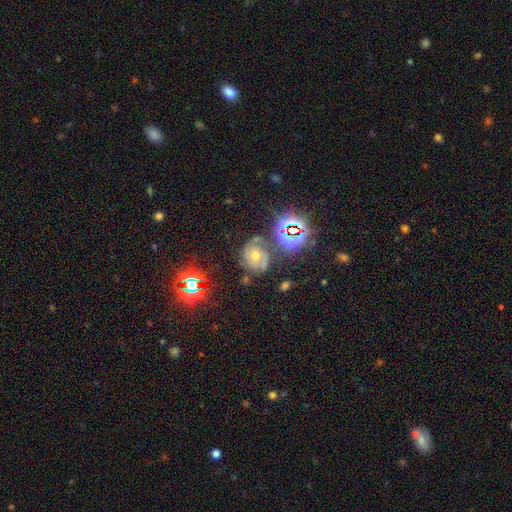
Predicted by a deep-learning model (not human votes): Q: Smooth or featured?
A: featured or disk (54%); runner-up: star or artifact (32%)
Q: Edge-on disk?
A: no (97%); runner-up: yes (3%)
Q: Bar?
A: no (69%); runner-up: weak (21%)
Q: Spiral arms?
A: yes (90%); runner-up: no (10%)
Q: Bulge size?
A: moderate (67%); runner-up: small (26%)
Q: Merging?
A: none (64%); runner-up: minor disturbance (19%)